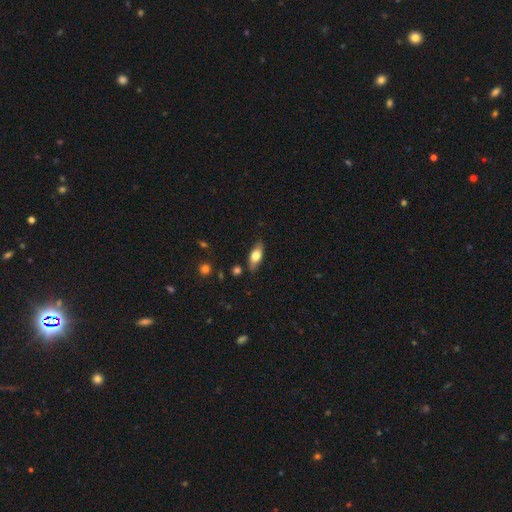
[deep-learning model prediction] Smooth or featured?
  - smooth: 68% *
  - featured or disk: 26%
  - star or artifact: 6%
How rounded?
  - in between: 79% *
  - cigar-shaped: 18%
  - round: 3%
Merging?
  - none: 82% *
  - minor disturbance: 14%
  - major disturbance: 3%
  - merger: 2%